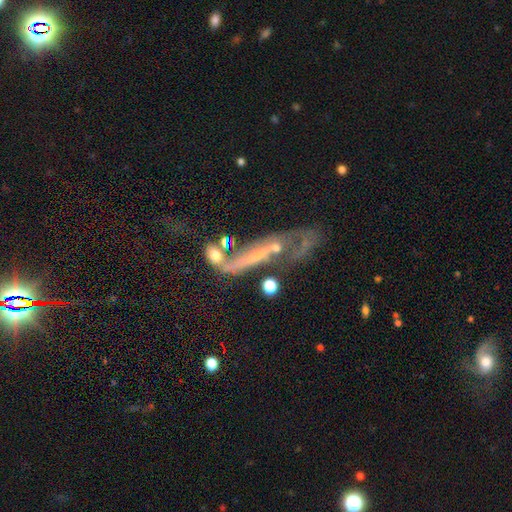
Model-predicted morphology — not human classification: This is likely a featured or disk galaxy (60%). It is likely not viewed edge-on (64%). Merging: marginally major disturbance (30%).